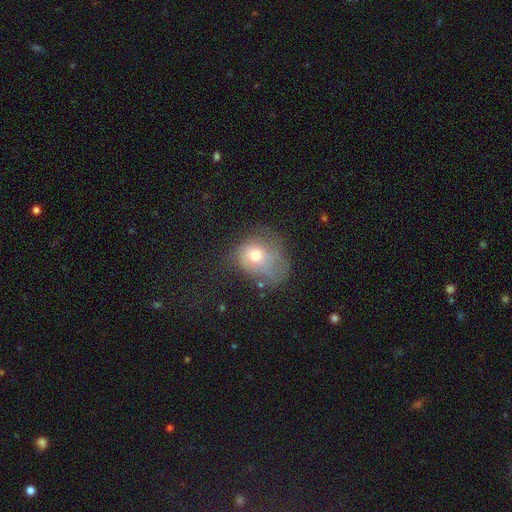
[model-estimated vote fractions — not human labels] A smooth galaxy with no disk features (58%) that is round (60%).

Vote fractions:
- Smooth or featured? smooth: 58% / featured or disk: 31% / star or artifact: 11%
- How rounded? round: 60% / in between: 39% / cigar-shaped: 1%
- Merging? major disturbance: 37% / none: 30% / minor disturbance: 29% / merger: 4%